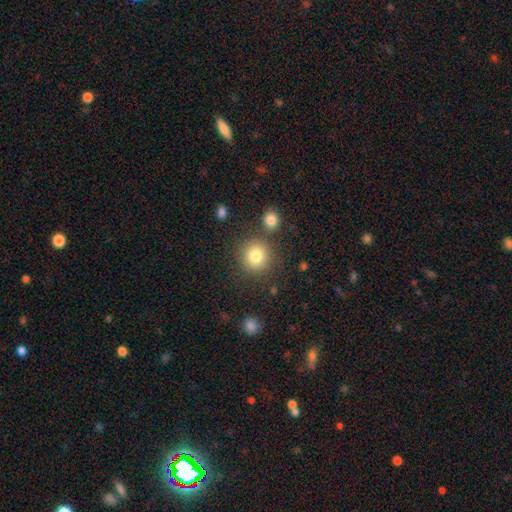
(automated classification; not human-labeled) Morphology: type=smooth (81%); roundness=round (91%); merging=none (80%).